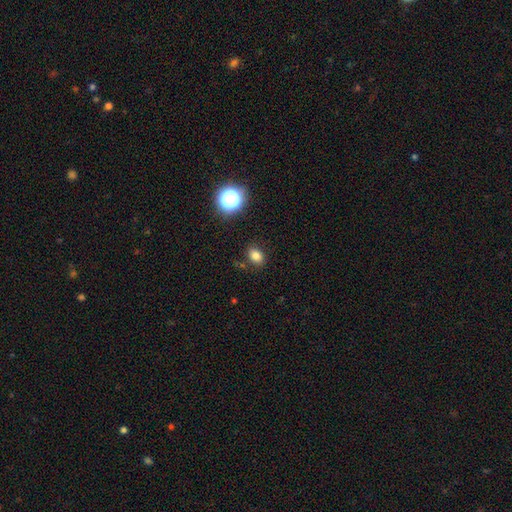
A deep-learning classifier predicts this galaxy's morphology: This appears to be a smooth galaxy with no disk features (79%) that is in between round and cigar-shaped (65%). Merging: none (84%).